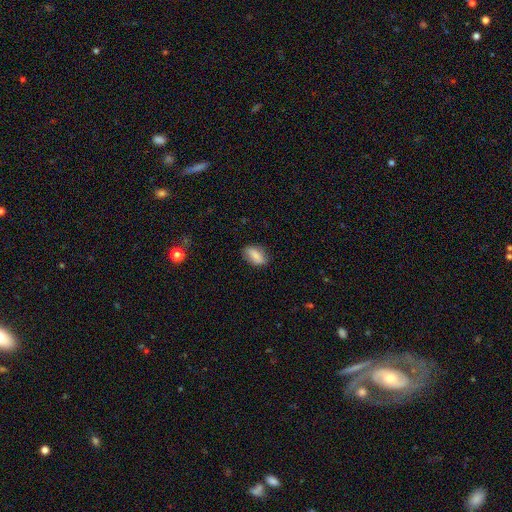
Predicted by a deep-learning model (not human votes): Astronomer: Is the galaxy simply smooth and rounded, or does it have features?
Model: smooth — 80%.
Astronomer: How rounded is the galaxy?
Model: in between — 86%.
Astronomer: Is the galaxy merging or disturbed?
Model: none — 79%.